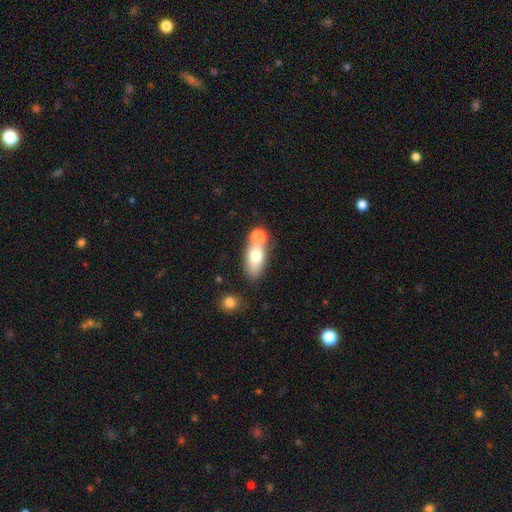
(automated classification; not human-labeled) smooth 71%, featured or disk 21%, star or artifact 8%. Down the decision tree: how rounded — in between (80%); merging — none (48%).